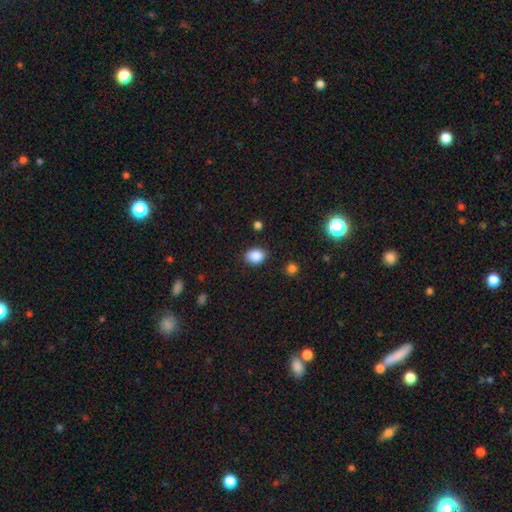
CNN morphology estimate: This appears to be a smooth galaxy with no disk features (87%) that is in between round and cigar-shaped (61%). Merging: none (85%).